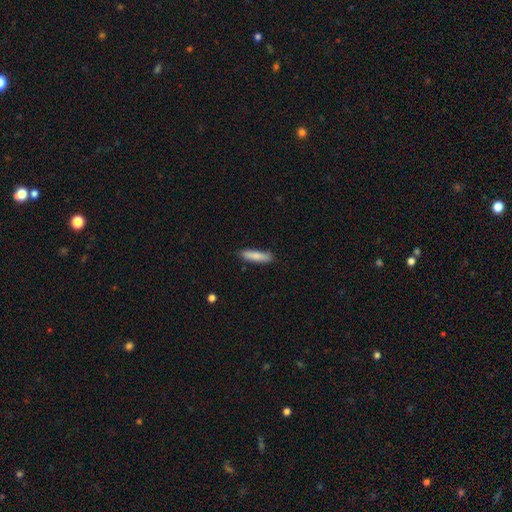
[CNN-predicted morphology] Smooth or featured?
  - smooth: 84% *
  - featured or disk: 10%
  - star or artifact: 6%
How rounded?
  - cigar-shaped: 79% *
  - in between: 20%
  - round: 1%
Merging?
  - none: 85% *
  - minor disturbance: 12%
  - major disturbance: 2%
  - merger: 1%